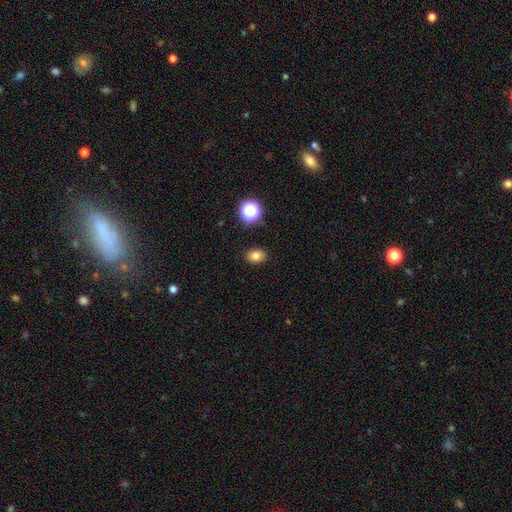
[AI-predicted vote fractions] Smooth or featured? smooth (80%)
How rounded? in between (68%)
Merging? none (88%)